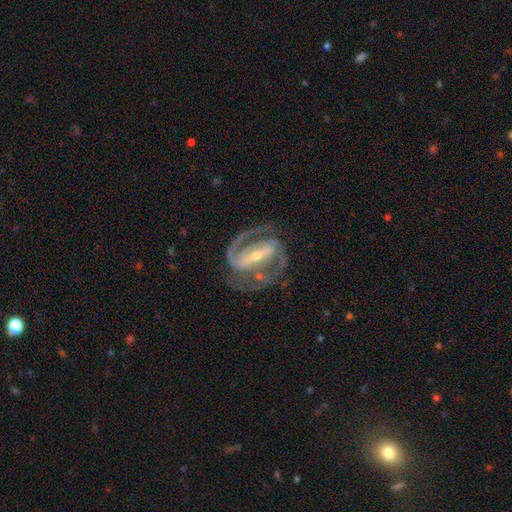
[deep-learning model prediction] featured or disk 92%, star or artifact 4%, smooth 4%. Down the decision tree: edge-on disk — no (96%); bar — strong (76%); spiral arms — yes (96%); spiral arm count — 2 (88%); spiral winding — medium (51%); bulge size — small (53%); merging — none (73%).